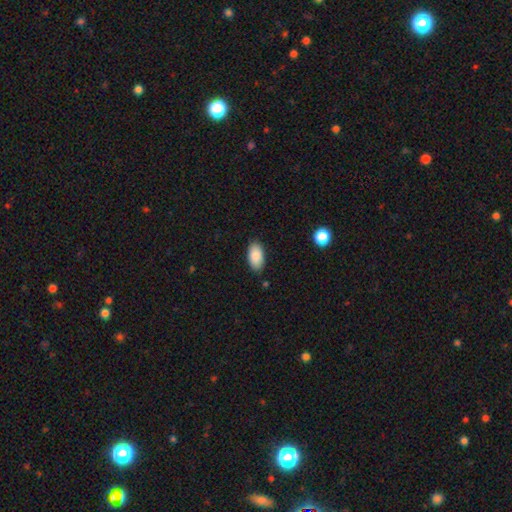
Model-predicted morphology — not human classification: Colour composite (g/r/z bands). It shows a smooth galaxy with no disk features (87%) that is in between round and cigar-shaped (94%). Merging: none (85%).